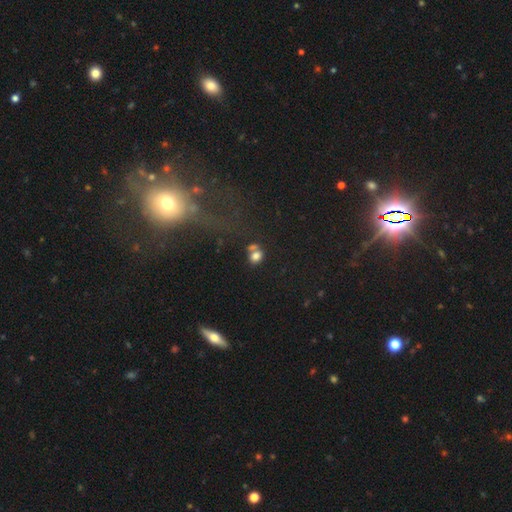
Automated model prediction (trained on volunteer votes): This appears to be a smooth galaxy with no disk features (75%) that is round (62%). Merging: none (46%).